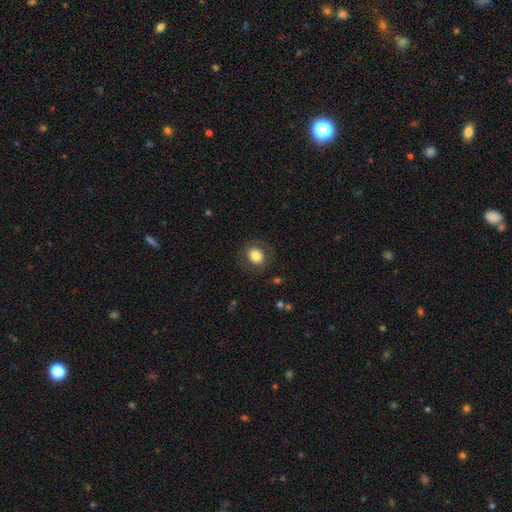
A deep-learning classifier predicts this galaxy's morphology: This appears to be a smooth galaxy with no disk features (78%) that is round (66%). Merging: none (83%).